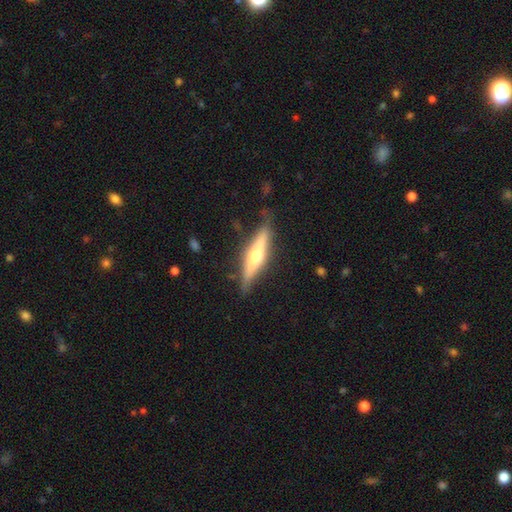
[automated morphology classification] The model was most divided on "smooth or featured": featured or disk: 64%, smooth: 31%, star or artifact: 5%. More confident: edge-on disk — yes (93%); edge-on bulge — rounded (91%); merging — none (80%).